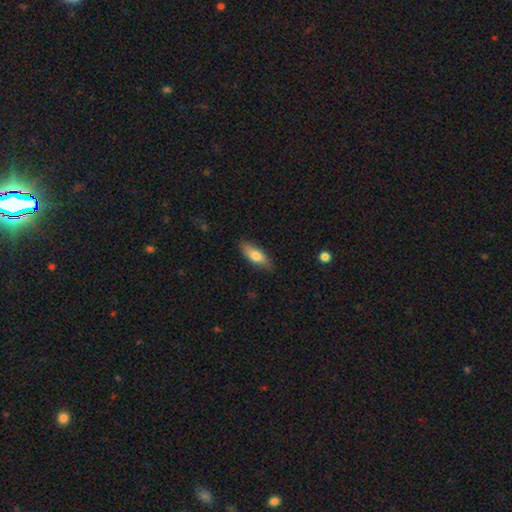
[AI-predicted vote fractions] smooth-or-featured: smooth: 75% | featured or disk: 19% | star or artifact: 6%
  how-rounded: in between: 69% | cigar-shaped: 29% | round: 2%
  merging: none: 82% | minor disturbance: 15% | major disturbance: 2% | merger: 1%